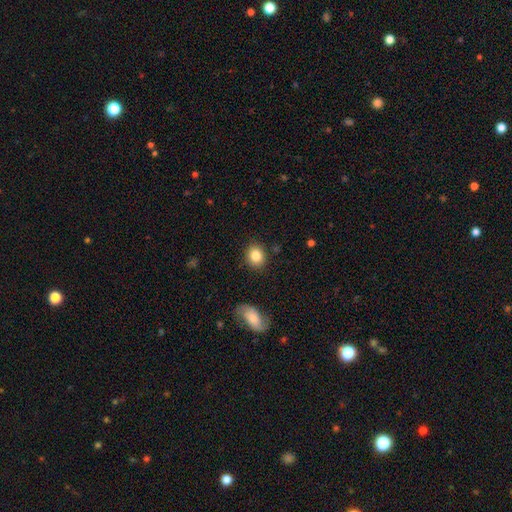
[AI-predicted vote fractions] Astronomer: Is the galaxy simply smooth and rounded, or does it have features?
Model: smooth — 84%.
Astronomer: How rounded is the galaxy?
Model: round — 69%.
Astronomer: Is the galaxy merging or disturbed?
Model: none — 88%.